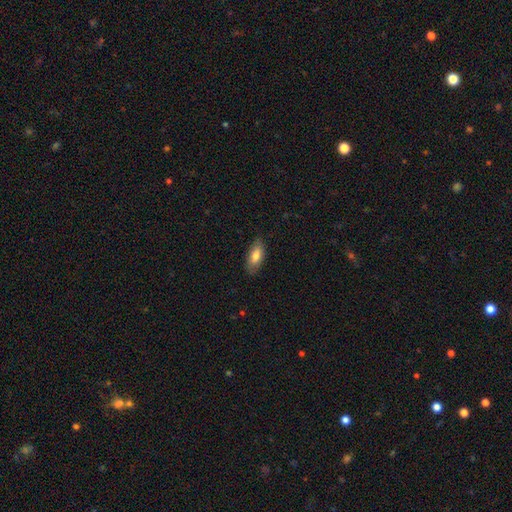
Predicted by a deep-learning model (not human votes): smooth-or-featured: smooth: 77% | featured or disk: 16% | star or artifact: 6%
  how-rounded: in between: 84% | cigar-shaped: 13% | round: 2%
  merging: none: 83% | minor disturbance: 14% | major disturbance: 3% | merger: 1%